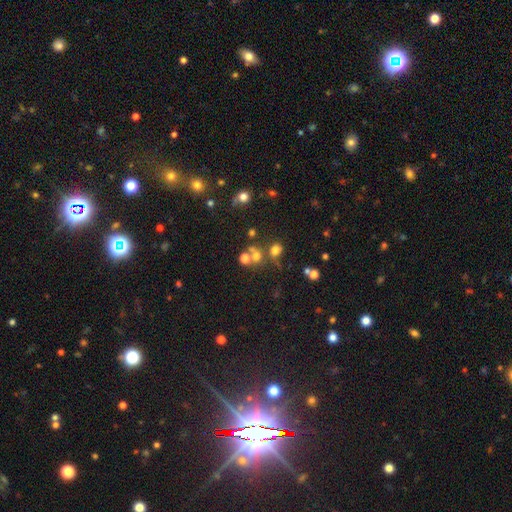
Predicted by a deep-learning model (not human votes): A smooth galaxy with no disk features (62%) that is round (79%). Merging: none (47%).